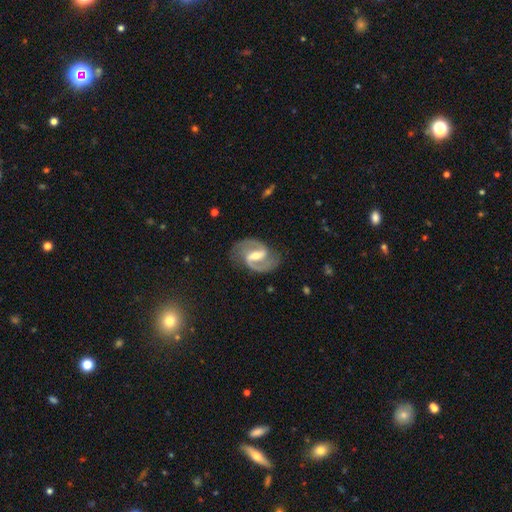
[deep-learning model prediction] Smooth or featured? Predicted: featured or disk (p=0.91). Edge-on disk? Predicted: no (p=0.98). Bar? Predicted: strong (p=0.50). Spiral arms? Predicted: yes (p=0.97). Spiral winding? Predicted: medium (p=0.61). Spiral arm count? Predicted: 2 (p=0.93). Bulge size? Predicted: moderate (p=0.57). Merging? Predicted: none (p=0.80).